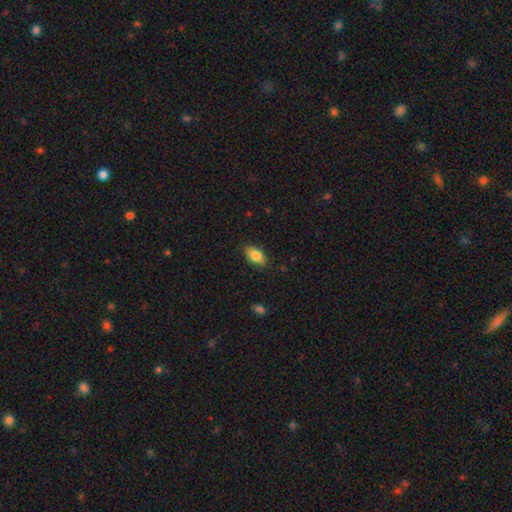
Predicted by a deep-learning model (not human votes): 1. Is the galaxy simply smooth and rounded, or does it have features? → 82% smooth, 11% featured or disk, 7% star or artifact.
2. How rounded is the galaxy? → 91% in between, 5% round, 4% cigar-shaped.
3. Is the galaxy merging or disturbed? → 86% none, 11% minor disturbance, 2% major disturbance, 1% merger.